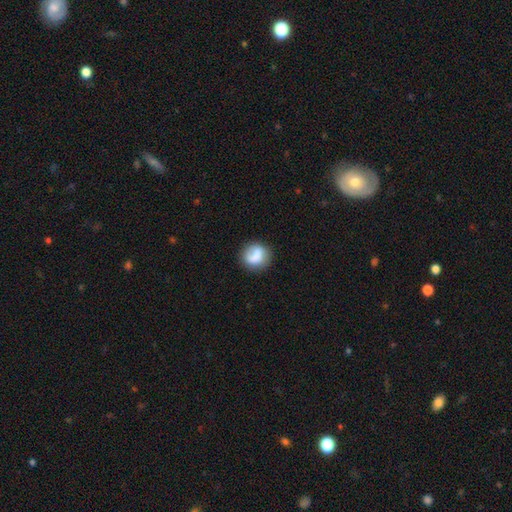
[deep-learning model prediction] smooth 72%, featured or disk 21%, star or artifact 7%. Down the decision tree: how rounded — round (83%); merging — none (70%).